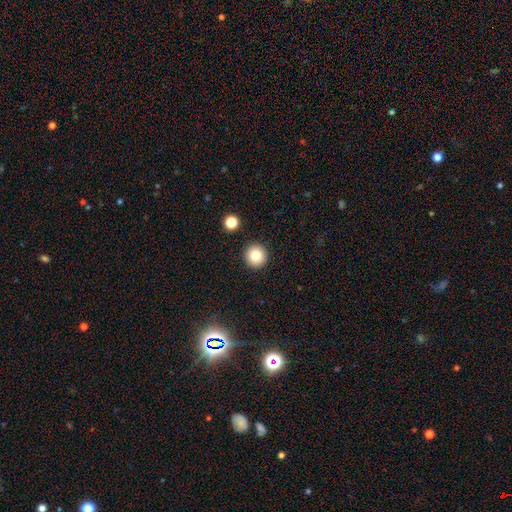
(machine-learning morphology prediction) Smooth or featured? smooth (84%)
How rounded? round (95%)
Merging? none (91%)